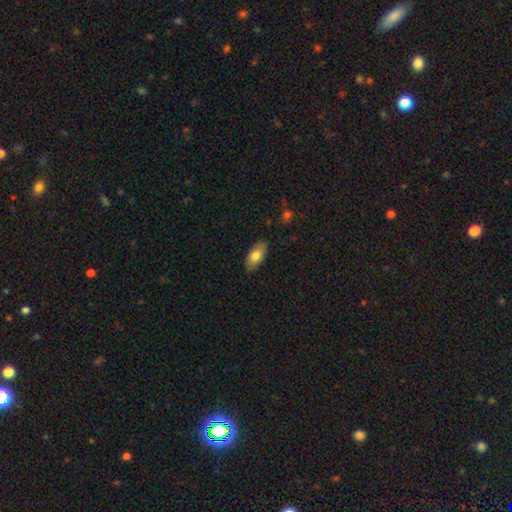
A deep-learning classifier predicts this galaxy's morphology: type=smooth (76%); roundness=in between (91%); merging=none (87%).